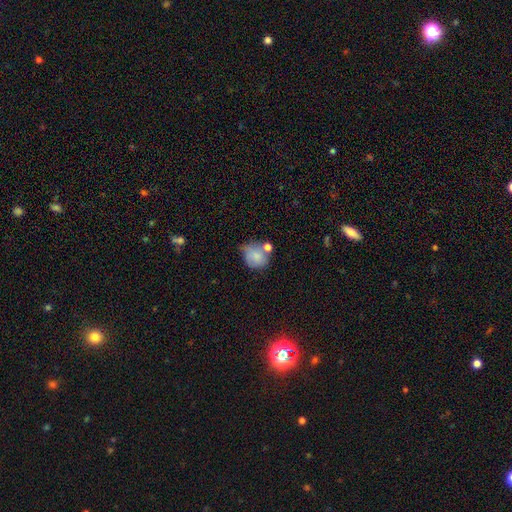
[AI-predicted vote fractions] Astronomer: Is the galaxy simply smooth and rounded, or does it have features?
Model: smooth — 74%.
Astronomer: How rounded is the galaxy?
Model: round — 70%.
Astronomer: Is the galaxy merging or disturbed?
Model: none — 37% (runner-up: minor disturbance, 29%).